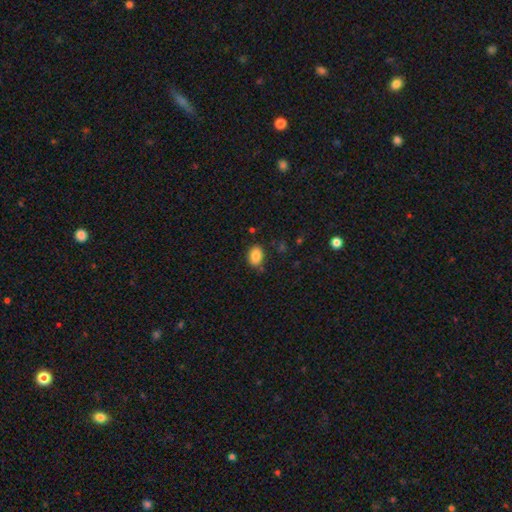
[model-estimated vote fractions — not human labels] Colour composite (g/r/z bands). It shows a smooth galaxy with no disk features (86%) that is in between round and cigar-shaped (76%). Merging: none (81%).